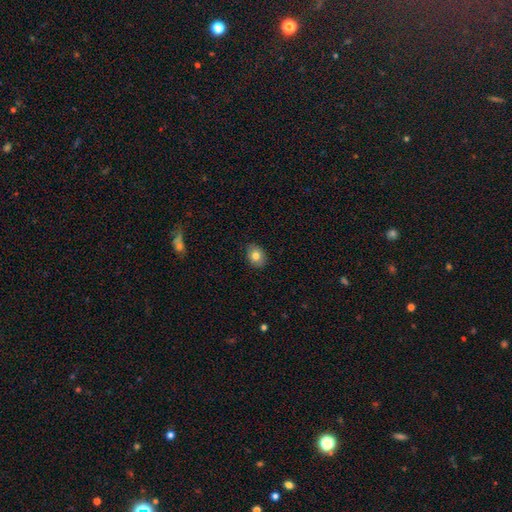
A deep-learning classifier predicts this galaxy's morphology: A smooth galaxy with no disk features (80%) that is in between round and cigar-shaped (64%). Merging: none (87%).